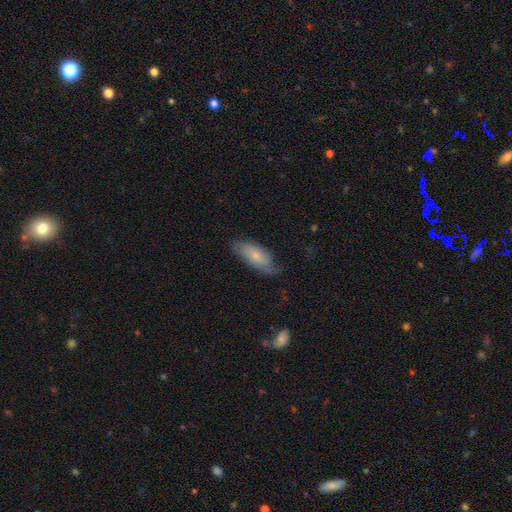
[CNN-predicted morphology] This appears to be a smooth galaxy with no disk features (62%) that is in between round and cigar-shaped (80%). Merging: none (59%).